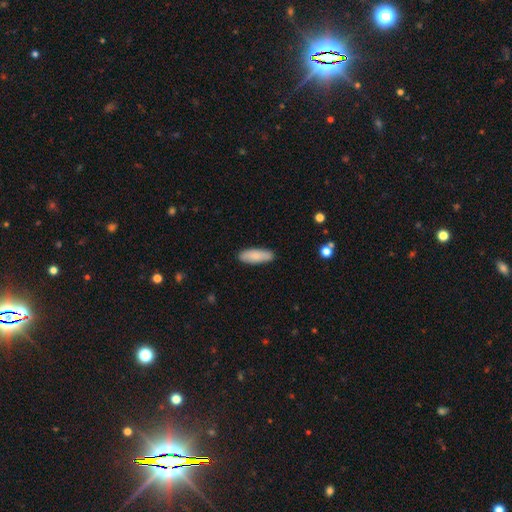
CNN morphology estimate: A smooth galaxy with no disk features (85%) that is in between round and cigar-shaped (70%). Merging: none (88%).